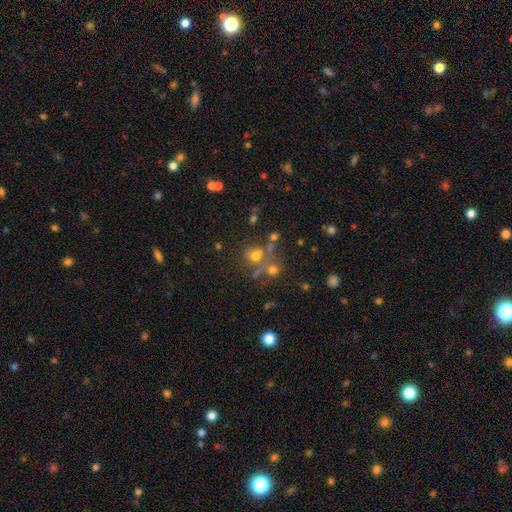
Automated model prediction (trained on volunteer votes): A smooth galaxy with no disk features (59%) that is round (61%). Merging: none (45%).